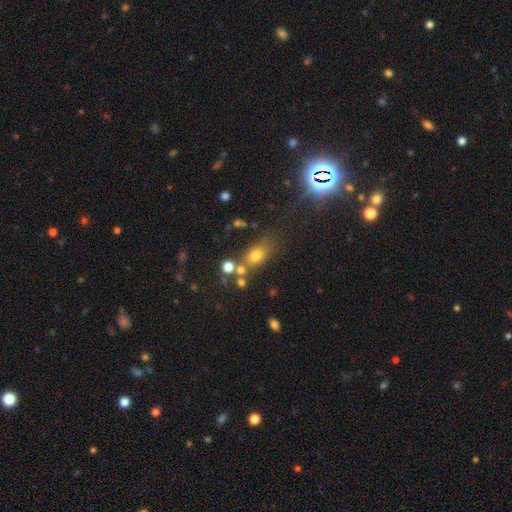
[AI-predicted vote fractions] Smooth or featured?
  - smooth: 62% *
  - star or artifact: 24%
  - featured or disk: 14%
How rounded?
  - in between: 59% *
  - round: 36%
  - cigar-shaped: 5%
Merging?
  - none: 59% *
  - merger: 19%
  - minor disturbance: 14%
  - major disturbance: 7%